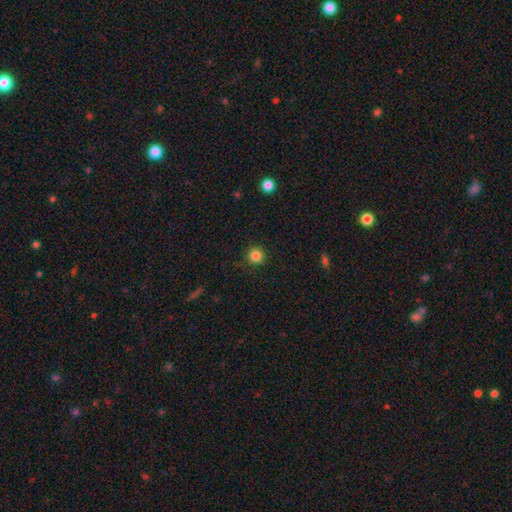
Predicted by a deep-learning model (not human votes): A smooth galaxy with no disk features (85%) that is round (95%). Merging: none (89%).